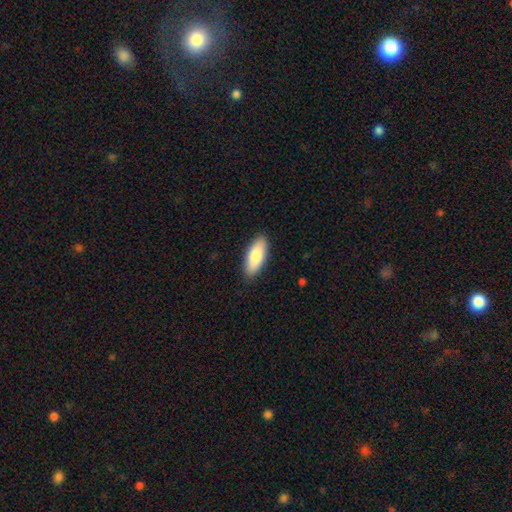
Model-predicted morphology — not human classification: smooth-or-featured: smooth: 81% | featured or disk: 13% | star or artifact: 5%
  how-rounded: in between: 76% | cigar-shaped: 22% | round: 2%
  merging: none: 89% | minor disturbance: 9% | major disturbance: 2% | merger: 1%